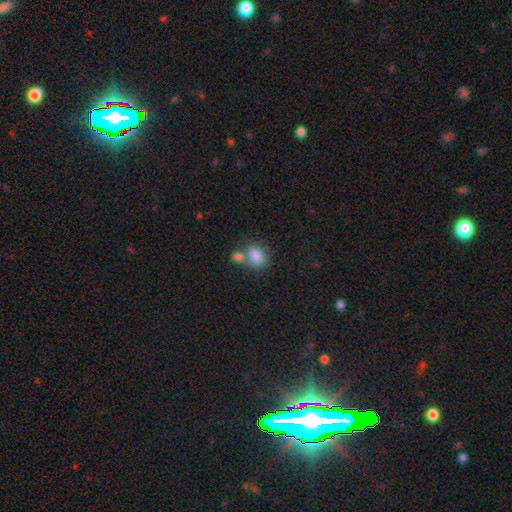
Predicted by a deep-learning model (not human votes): This is clearly a smooth galaxy (84%). How rounded: likely in between (69%). Merging: marginally none (42%).